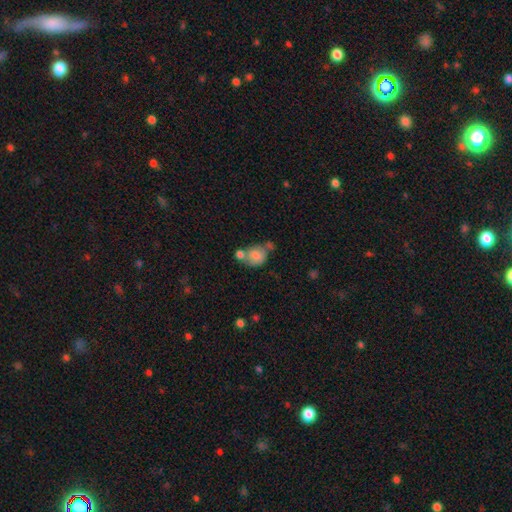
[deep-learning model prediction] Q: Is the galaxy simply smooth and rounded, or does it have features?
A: smooth — 76%.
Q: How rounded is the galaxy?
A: round — 52%.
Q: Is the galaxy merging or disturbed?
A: merger — 40%.